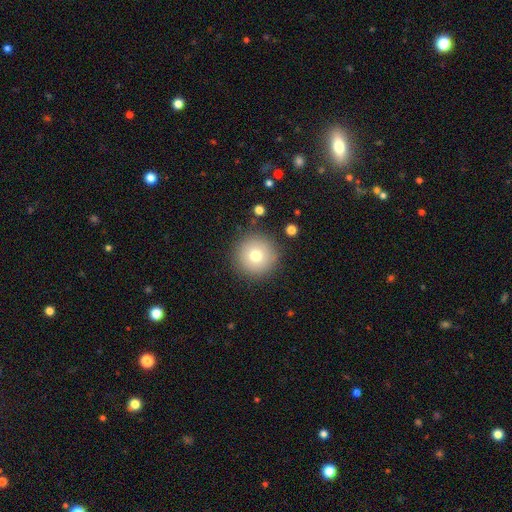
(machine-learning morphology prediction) Q: Smooth or featured?
A: smooth (74%); runner-up: featured or disk (14%)
Q: How rounded?
A: round (97%); runner-up: in between (2%)
Q: Merging?
A: none (89%); runner-up: minor disturbance (7%)